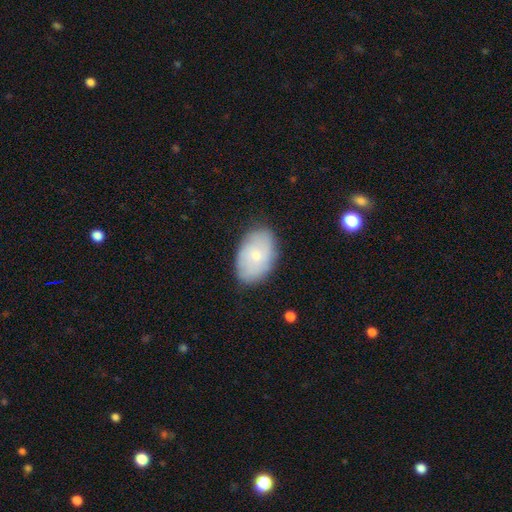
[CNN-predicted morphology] Q: Smooth or featured?
A: smooth (58%); runner-up: featured or disk (35%)
Q: How rounded?
A: in between (90%); runner-up: round (9%)
Q: Merging?
A: none (82%); runner-up: minor disturbance (14%)